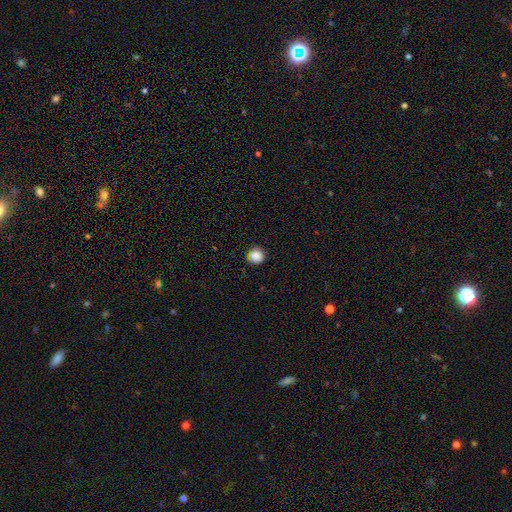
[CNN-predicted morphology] Smooth or featured?
  - smooth: 85% *
  - star or artifact: 11%
  - featured or disk: 4%
How rounded?
  - round: 95% *
  - in between: 4%
  - cigar-shaped: 1%
Merging?
  - none: 89% *
  - minor disturbance: 8%
  - major disturbance: 2%
  - merger: 1%